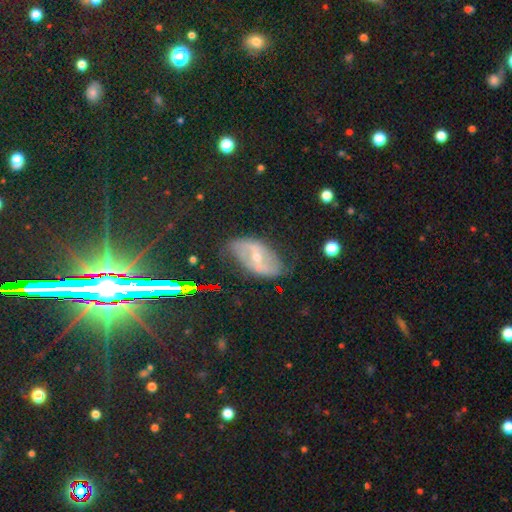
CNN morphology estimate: type=featured or disk (60%); edge-on=no (90%); bar=weak (40%); spiral arms=yes (77%); bulge=small (60%); merging=none (74%).